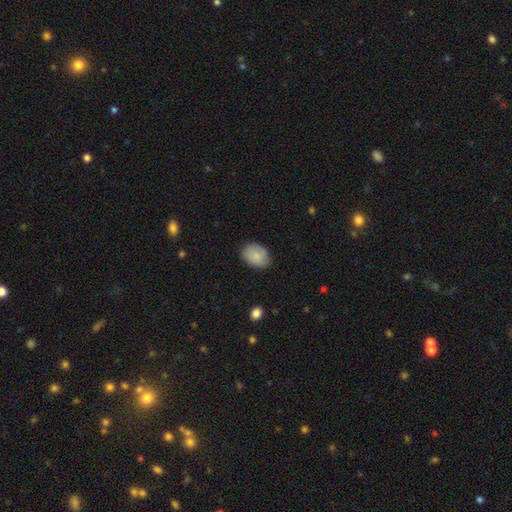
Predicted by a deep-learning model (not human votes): A smooth galaxy with no disk features (85%) that is in between round and cigar-shaped (75%). Merging: none (80%).